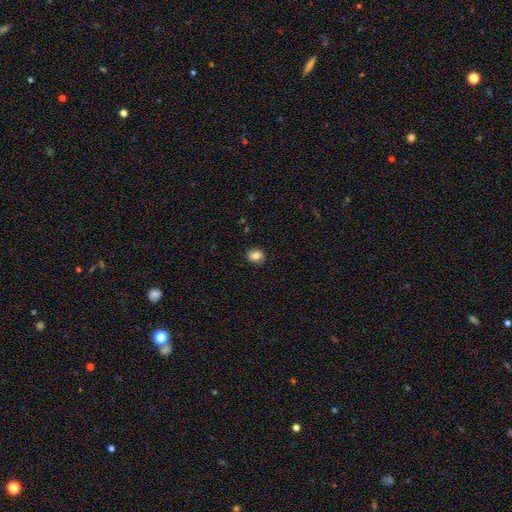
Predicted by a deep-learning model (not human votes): Smooth or featured? smooth (81%)
How rounded? round (56%)
Merging? none (84%)